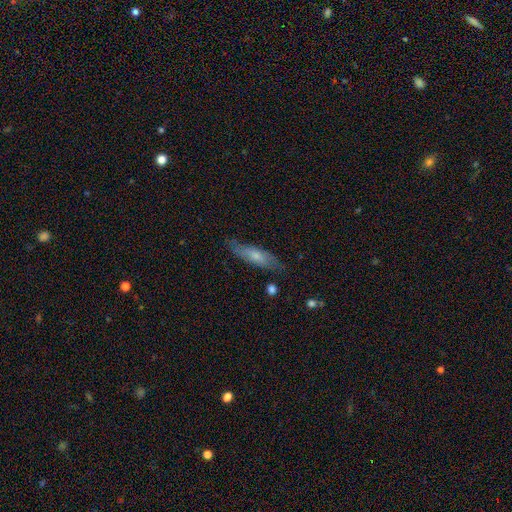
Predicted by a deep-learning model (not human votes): Overall: smooth (55%; featured or disk 39%). How rounded: cigar-shaped (63%; in between 35%). Merging: none (76%).